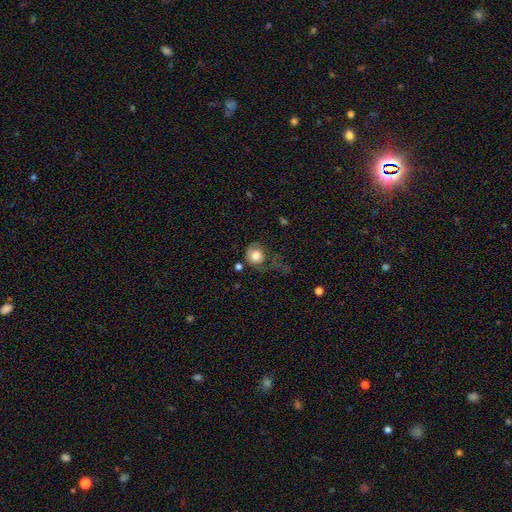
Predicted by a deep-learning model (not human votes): A smooth galaxy with no disk features (77%) that is round (76%). Merging: none (38%).